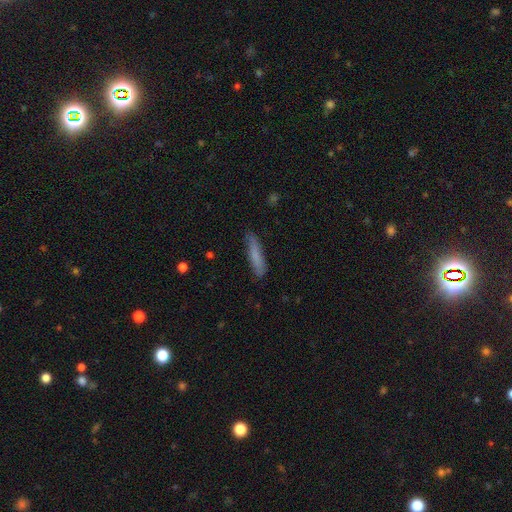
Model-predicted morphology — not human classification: Smooth or featured: smooth — 74% (featured or disk — 19%)
How rounded: cigar-shaped — 87% (in between — 11%)
Merging: none — 79% (minor disturbance — 16%)